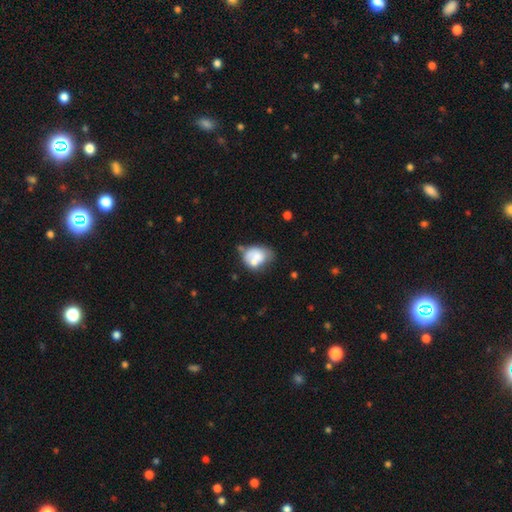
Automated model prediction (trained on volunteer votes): Morphology: type=smooth (67%); roundness=in between (61%); merging=merger (31%).